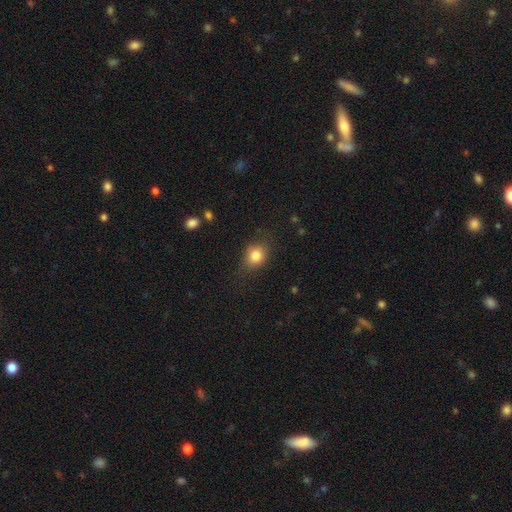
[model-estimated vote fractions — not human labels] smooth-or-featured: smooth: 81% | star or artifact: 10% | featured or disk: 9%
  how-rounded: round: 62% | in between: 36% | cigar-shaped: 1%
  merging: none: 71% | minor disturbance: 21% | major disturbance: 7% | merger: 1%